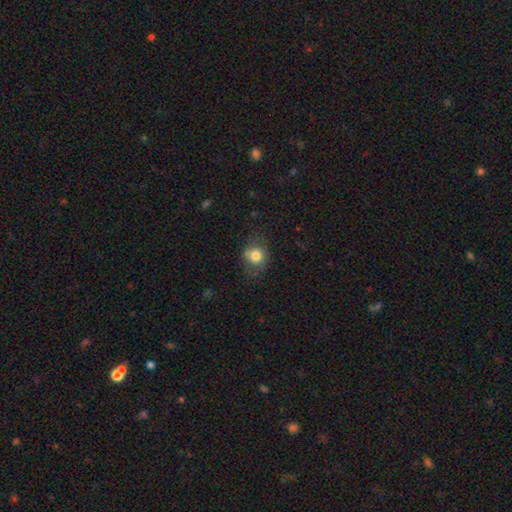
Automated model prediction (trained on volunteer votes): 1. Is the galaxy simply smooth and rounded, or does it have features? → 78% smooth, 11% featured or disk, 10% star or artifact.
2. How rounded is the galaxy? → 68% round, 31% in between, 1% cigar-shaped.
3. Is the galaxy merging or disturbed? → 63% none, 24% minor disturbance, 10% major disturbance, 2% merger.